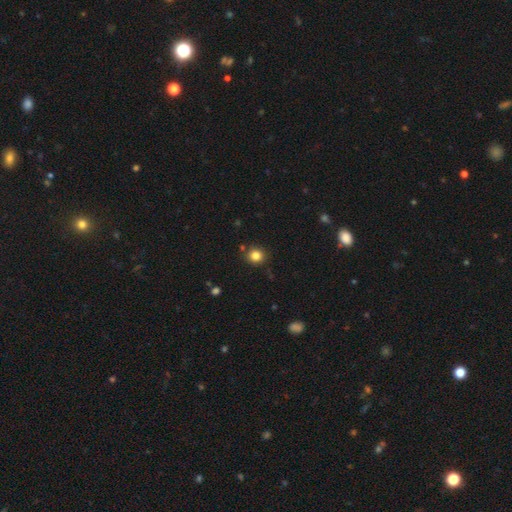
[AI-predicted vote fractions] Smooth or featured: smooth — 83% (star or artifact — 12%)
How rounded: round — 85% (in between — 14%)
Merging: none — 86% (minor disturbance — 8%)